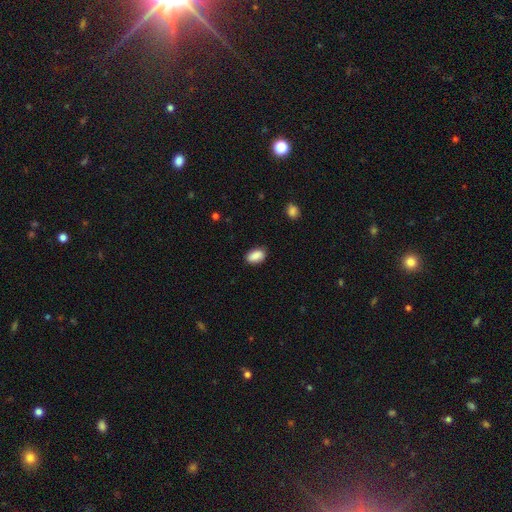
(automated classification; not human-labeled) smooth 89%, star or artifact 7%, featured or disk 4%. Down the decision tree: how rounded — in between (91%); merging — none (85%).